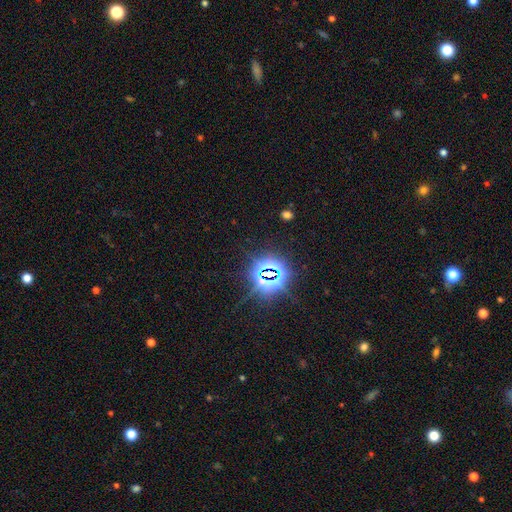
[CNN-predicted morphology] type=star or artifact (81%).